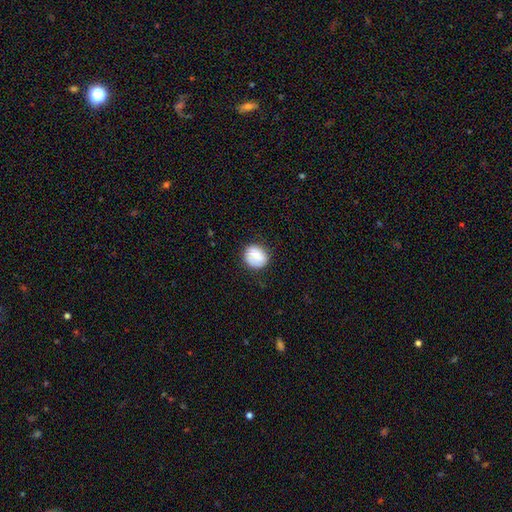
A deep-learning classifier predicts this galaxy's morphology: This appears to be a smooth galaxy with no disk features (78%) that is round (75%). Merging: none (72%).